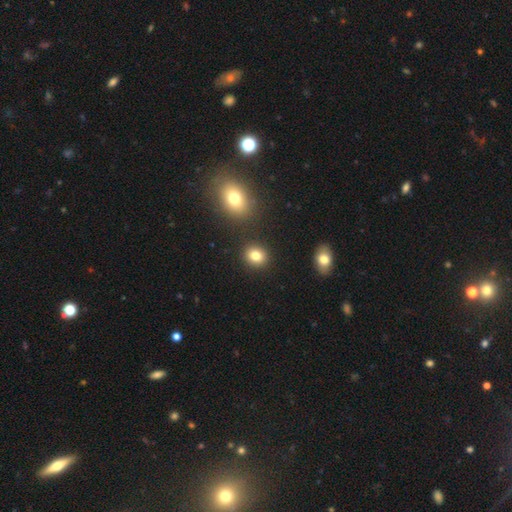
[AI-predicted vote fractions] smooth 82%, star or artifact 11%, featured or disk 7%. Down the decision tree: how rounded — round (74%); merging — none (86%).